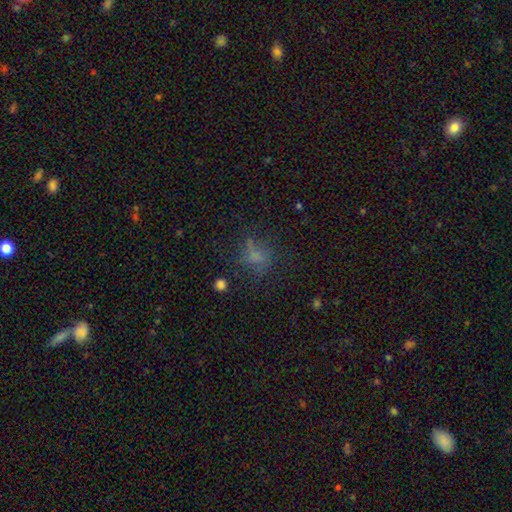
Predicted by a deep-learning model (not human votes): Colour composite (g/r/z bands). It shows a smooth galaxy with no disk features (57%) that is round (54%). Merging: none (56%).